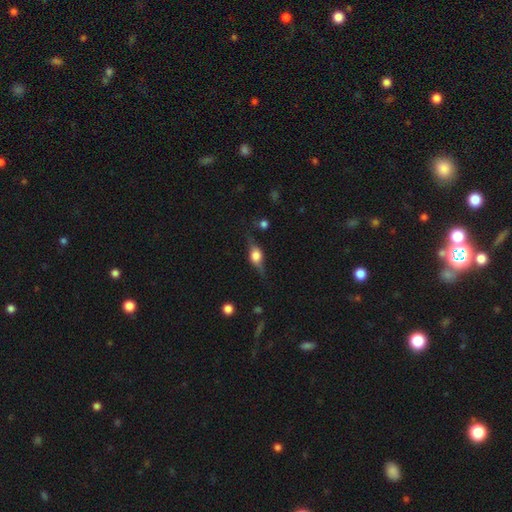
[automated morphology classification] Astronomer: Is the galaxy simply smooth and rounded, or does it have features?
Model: featured or disk — 65%.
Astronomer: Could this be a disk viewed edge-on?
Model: yes — 93%.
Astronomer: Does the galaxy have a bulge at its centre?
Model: rounded — 92%.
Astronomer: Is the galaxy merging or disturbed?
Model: none — 76%.